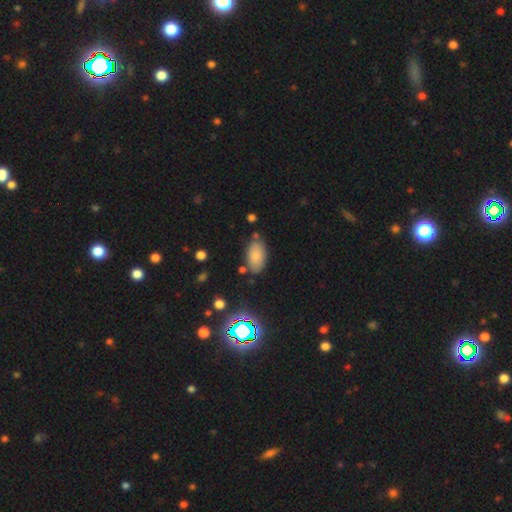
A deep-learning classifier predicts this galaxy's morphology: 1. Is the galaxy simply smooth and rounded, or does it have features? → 81% smooth, 10% star or artifact, 9% featured or disk.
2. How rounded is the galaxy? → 94% in between, 4% round, 2% cigar-shaped.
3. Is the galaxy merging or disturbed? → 75% none, 15% minor disturbance, 6% merger, 4% major disturbance.